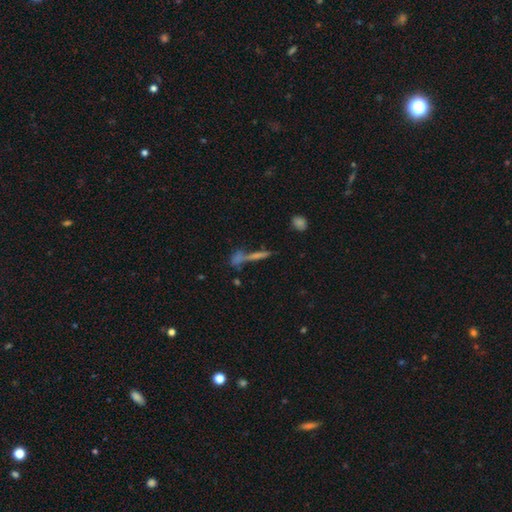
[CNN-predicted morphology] Smooth or featured?
  - smooth: 43% *
  - featured or disk: 34%
  - star or artifact: 24%
Merging?
  - none: 51% *
  - merger: 32%
  - minor disturbance: 10%
  - major disturbance: 7%